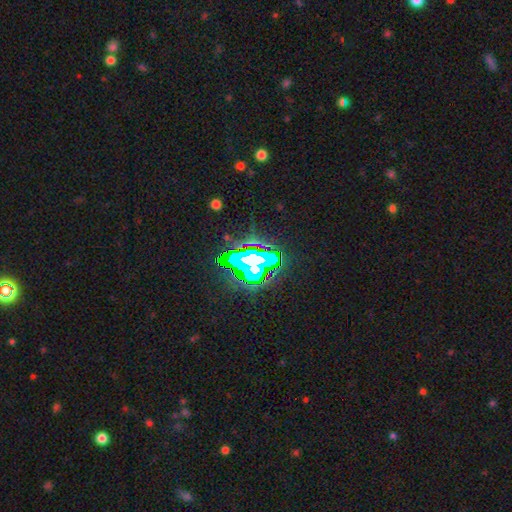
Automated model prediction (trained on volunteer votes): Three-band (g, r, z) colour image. It shows a star or artifact, not a galaxy (78%).